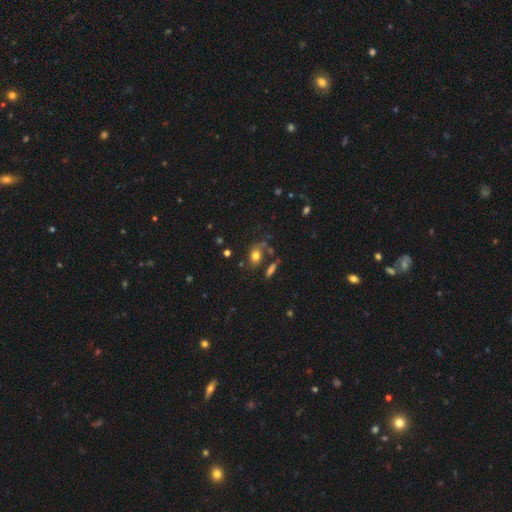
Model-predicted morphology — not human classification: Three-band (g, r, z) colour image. It shows a smooth galaxy with no disk features (75%) that is in between round and cigar-shaped (68%). Merging: none (59%).